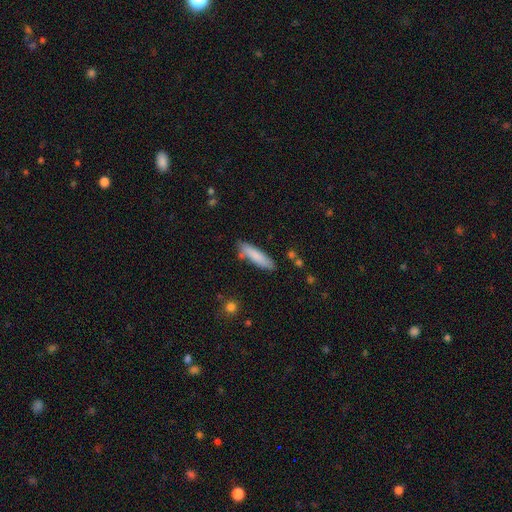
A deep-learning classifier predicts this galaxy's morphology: Smooth or featured?
  - smooth: 82% *
  - featured or disk: 12%
  - star or artifact: 6%
How rounded?
  - cigar-shaped: 74% *
  - in between: 24%
  - round: 1%
Merging?
  - none: 79% *
  - minor disturbance: 14%
  - merger: 4%
  - major disturbance: 3%